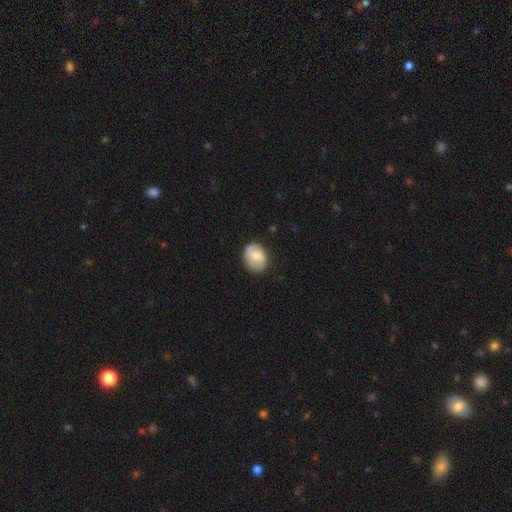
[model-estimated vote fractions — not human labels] smooth_or_featured: smooth (p=0.67) [alt: featured or disk p=0.26]
how_rounded: in between (p=0.58) [alt: round p=0.41]
merging: none (p=0.77) [alt: minor disturbance p=0.18]